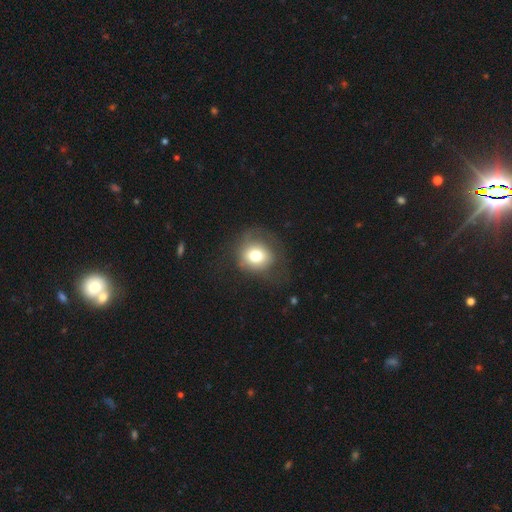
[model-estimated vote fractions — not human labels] Smooth or featured?
  - smooth: 71% *
  - featured or disk: 18%
  - star or artifact: 11%
How rounded?
  - round: 80% *
  - in between: 19%
  - cigar-shaped: 1%
Merging?
  - none: 56% *
  - minor disturbance: 23%
  - major disturbance: 19%
  - merger: 2%